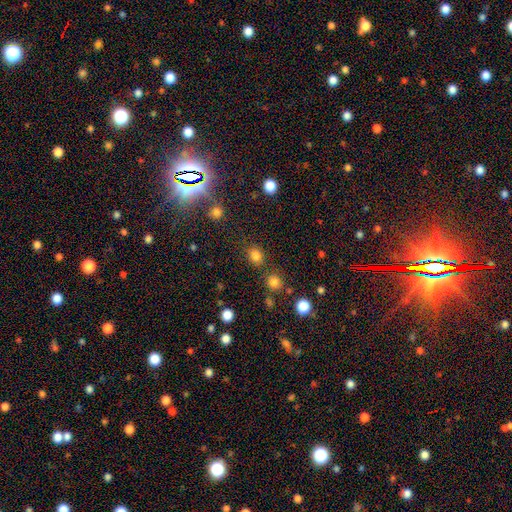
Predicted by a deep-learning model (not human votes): smooth_or_featured: smooth (p=0.81) [alt: star or artifact p=0.15]
how_rounded: round (p=0.72) [alt: in between p=0.27]
merging: none (p=0.80) [alt: minor disturbance p=0.10]